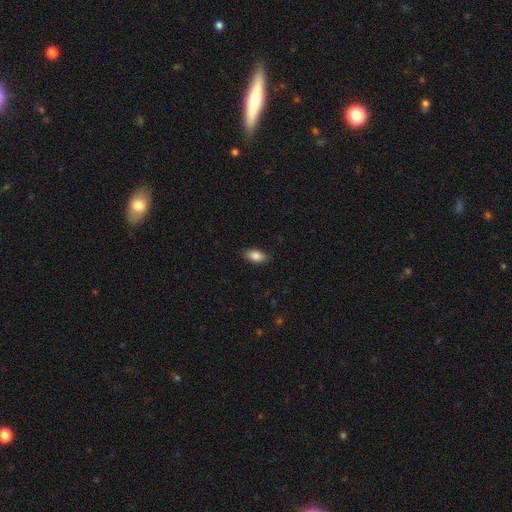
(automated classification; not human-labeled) Morphology: type=smooth (86%); roundness=in between (92%); merging=none (87%).